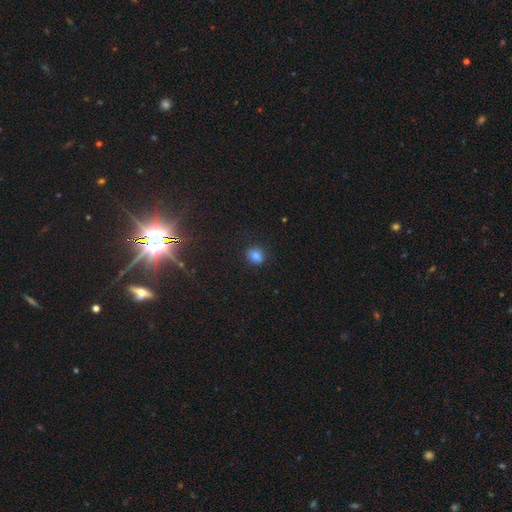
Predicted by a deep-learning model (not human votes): Q: Smooth or featured?
A: smooth (81%); runner-up: star or artifact (13%)
Q: How rounded?
A: round (63%); runner-up: in between (36%)
Q: Merging?
A: none (80%); runner-up: minor disturbance (14%)